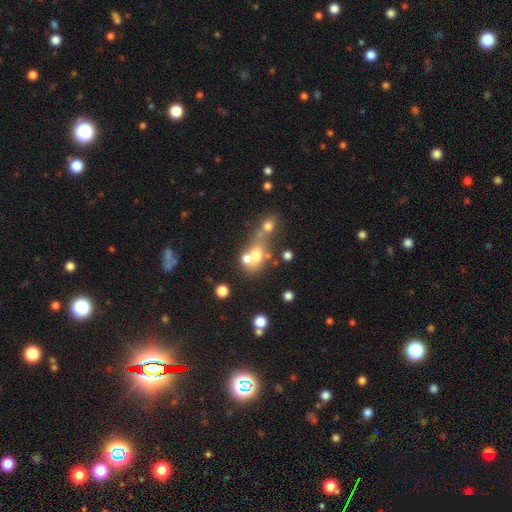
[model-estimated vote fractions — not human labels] Smooth or featured? Predicted: smooth (p=0.61). How rounded? Predicted: round (p=0.57). Merging? Predicted: merger (p=0.60).